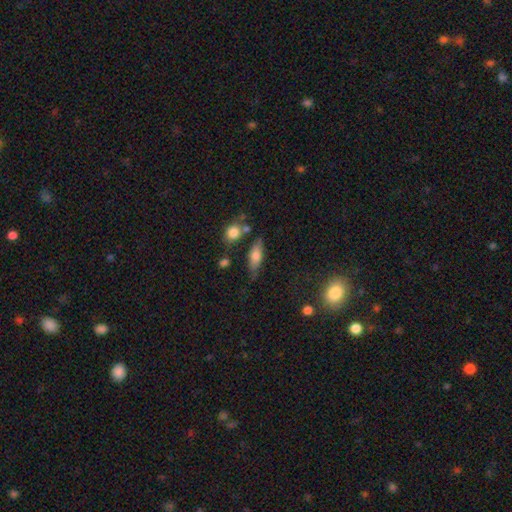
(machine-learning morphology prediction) Overall: smooth (65%; featured or disk 27%). How rounded: in between (63%; cigar-shaped 32%). Merging: none (65%).